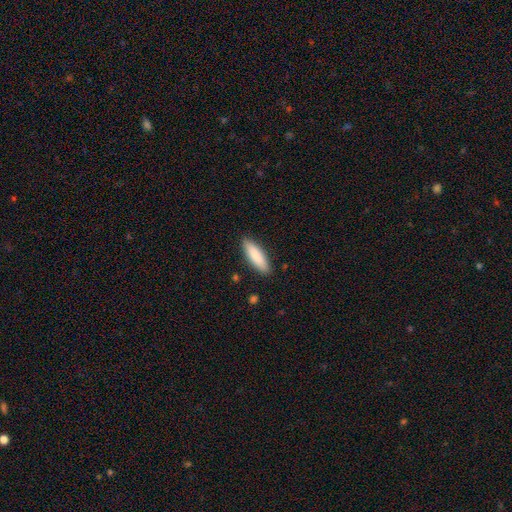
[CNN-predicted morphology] The model was most divided on "how rounded": cigar-shaped: 53%, in between: 46%, round: 1%. More confident: merging — none (88%); smooth or featured — smooth (87%).